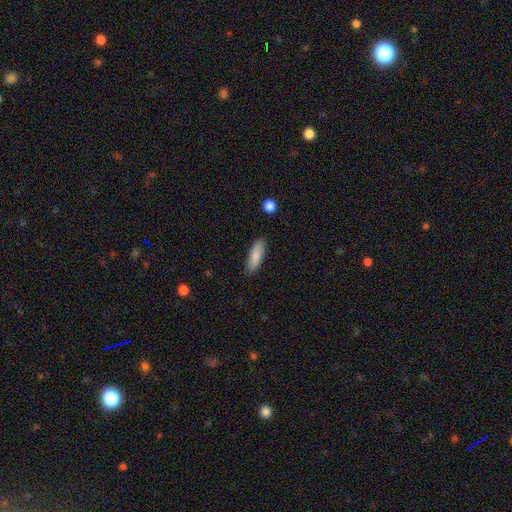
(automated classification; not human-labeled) Morphology: type=smooth (84%); roundness=in between (55%); merging=none (87%).